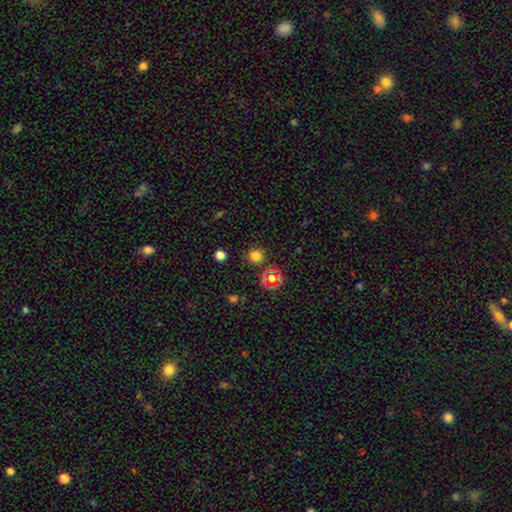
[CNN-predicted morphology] A smooth galaxy with no disk features (75%) that is round (92%). Merging: none (87%).